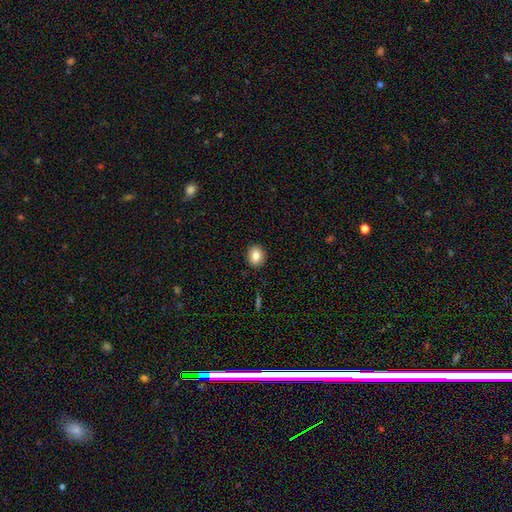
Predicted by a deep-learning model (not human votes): Q: Smooth or featured?
A: smooth (84%); runner-up: star or artifact (9%)
Q: How rounded?
A: round (54%); runner-up: in between (45%)
Q: Merging?
A: none (90%); runner-up: minor disturbance (7%)